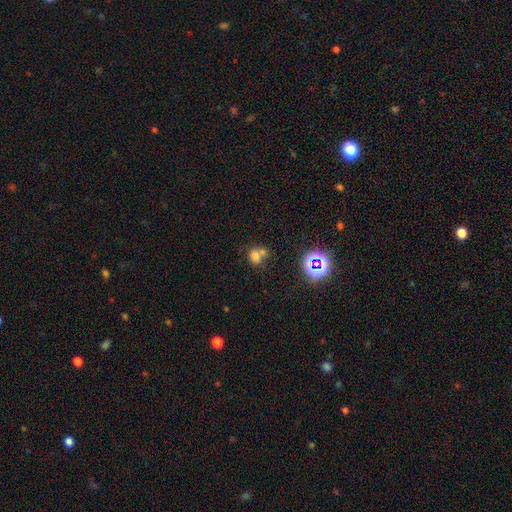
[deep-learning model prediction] smooth_or_featured: smooth (p=0.67) [alt: star or artifact p=0.21]
how_rounded: round (p=0.55) [alt: in between p=0.43]
merging: merger (p=0.50) [alt: none p=0.35]